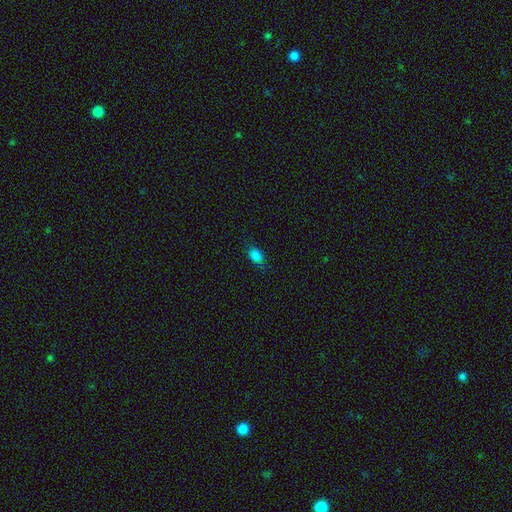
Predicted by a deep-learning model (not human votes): Smooth or featured: smooth — 82% (star or artifact — 13%)
How rounded: in between — 79% (round — 18%)
Merging: none — 74% (minor disturbance — 20%)